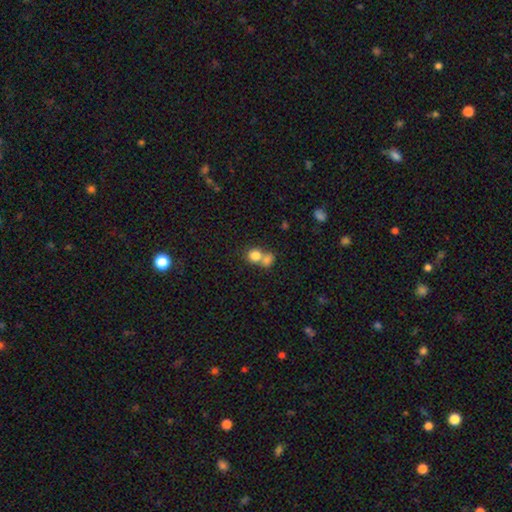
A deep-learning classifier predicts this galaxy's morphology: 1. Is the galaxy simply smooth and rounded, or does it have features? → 80% smooth, 10% featured or disk, 10% star or artifact.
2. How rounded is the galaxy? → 77% round, 22% in between, 1% cigar-shaped.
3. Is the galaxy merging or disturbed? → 57% merger, 34% none, 6% minor disturbance, 3% major disturbance.